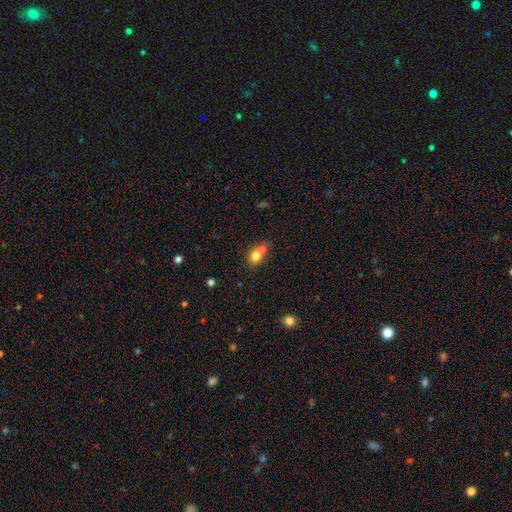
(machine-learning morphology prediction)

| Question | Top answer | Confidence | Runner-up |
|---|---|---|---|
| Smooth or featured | smooth | 77% | featured or disk (12%) |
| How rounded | round | 69% | in between (30%) |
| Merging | merger | 57% | none (31%) |